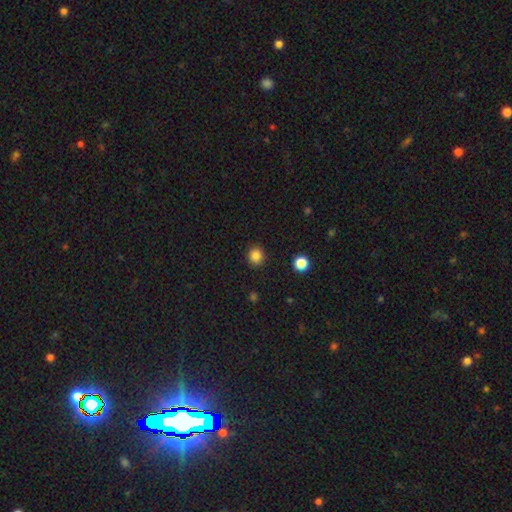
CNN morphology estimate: Overall: smooth (85%). How rounded: round (87%). Merging: none (91%).